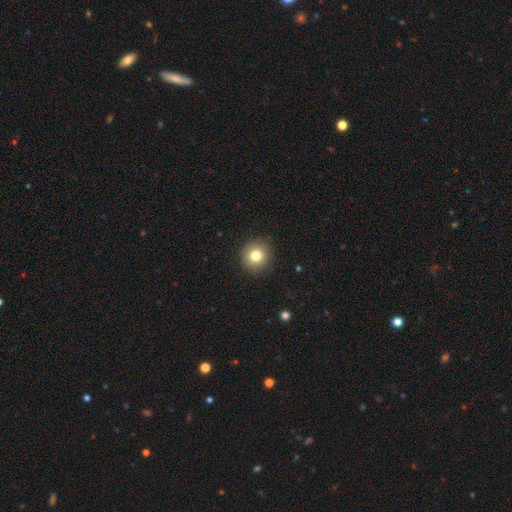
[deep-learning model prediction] smooth-or-featured: smooth: 80% | star or artifact: 11% | featured or disk: 9%
  how-rounded: round: 91% | in between: 8% | cigar-shaped: 1%
  merging: none: 90% | minor disturbance: 7% | major disturbance: 2% | merger: 1%